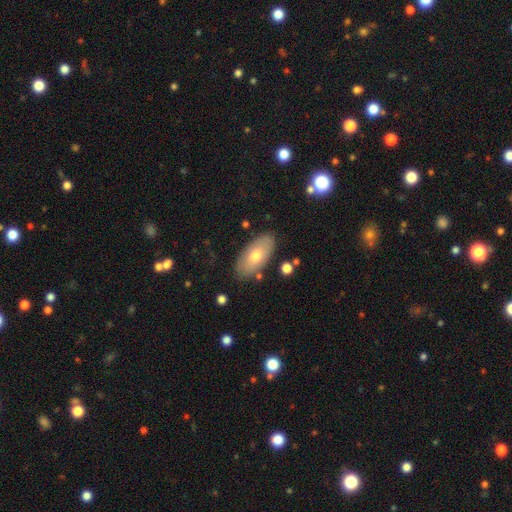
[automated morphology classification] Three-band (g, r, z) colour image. It shows a smooth galaxy with no disk features (66%) that is in between round and cigar-shaped (93%). Merging: none (83%).